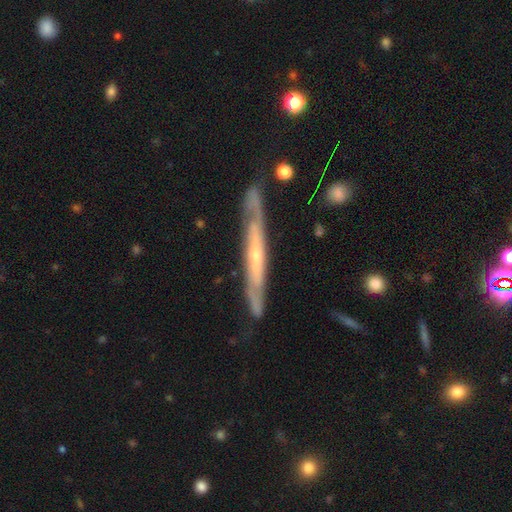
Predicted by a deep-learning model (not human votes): Smooth or featured? featured or disk (75%)
Edge-on disk? yes (76%)
Edge-on bulge? none (52%)
Merging? none (77%)